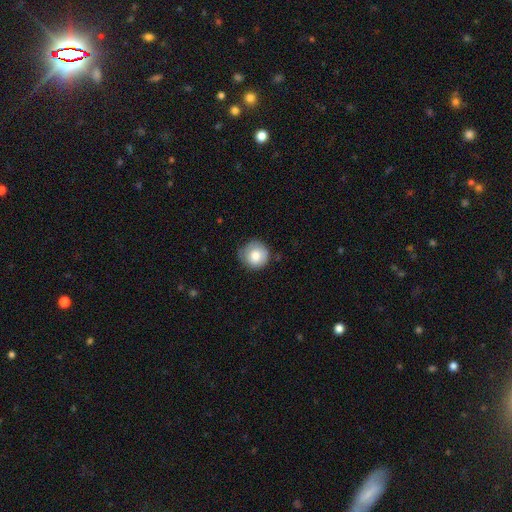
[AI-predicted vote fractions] A smooth galaxy with no disk features (77%) that is round (92%).

Vote fractions:
- Smooth or featured? smooth: 77% / featured or disk: 16% / star or artifact: 7%
- How rounded? round: 92% / in between: 7% / cigar-shaped: 1%
- Merging? none: 69% / minor disturbance: 24% / major disturbance: 6% / merger: 1%